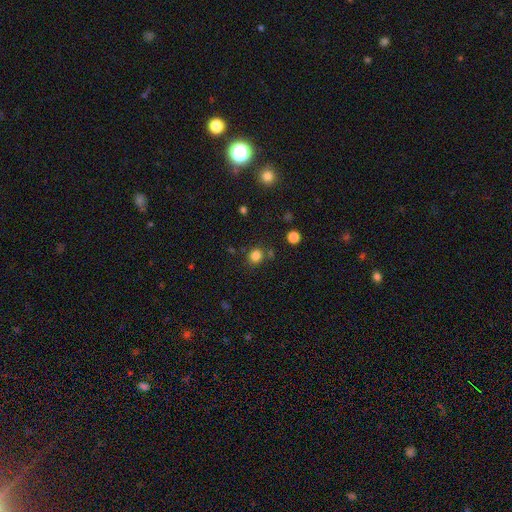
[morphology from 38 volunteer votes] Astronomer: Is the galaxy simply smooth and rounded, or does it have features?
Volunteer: smooth — 84%.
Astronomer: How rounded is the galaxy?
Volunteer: round — 91%.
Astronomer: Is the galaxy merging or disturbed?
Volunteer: none — 83%.